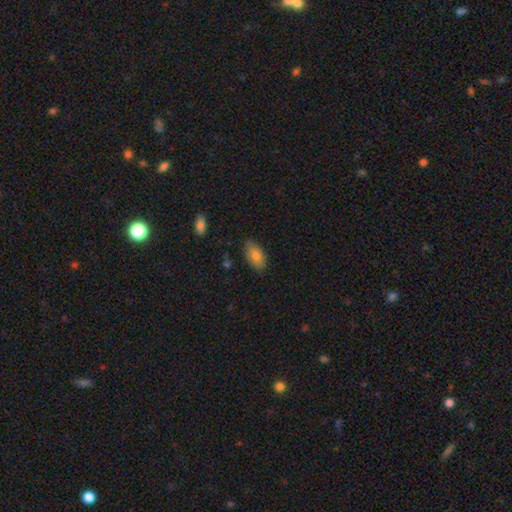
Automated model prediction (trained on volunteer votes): Smooth or featured? smooth (75%)
How rounded? in between (92%)
Merging? none (74%)